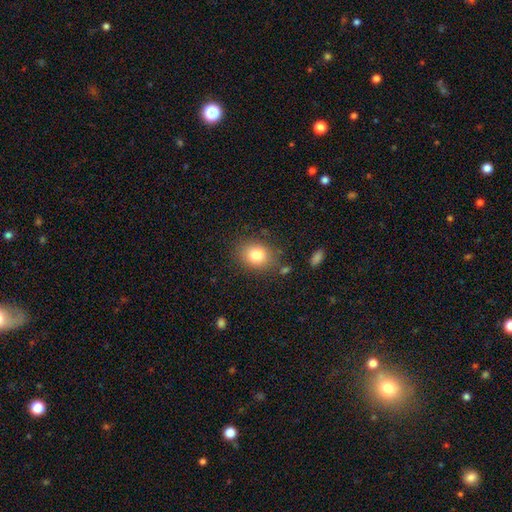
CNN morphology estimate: A smooth galaxy with no disk features (82%) that is in between round and cigar-shaped (53%). Merging: none (78%).